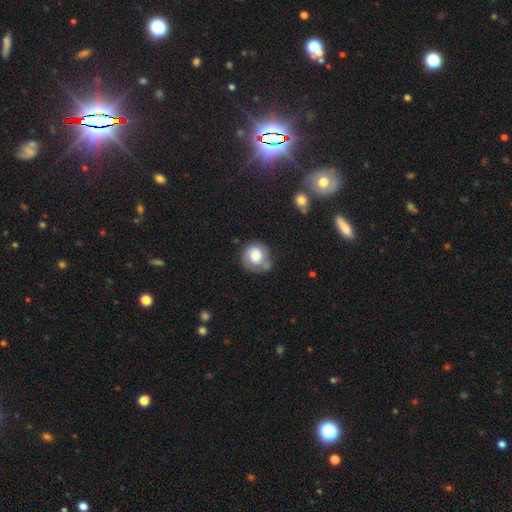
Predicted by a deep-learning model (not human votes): This is likely a smooth galaxy (66%). How rounded: clearly round (87%). Merging: possibly none (53%).